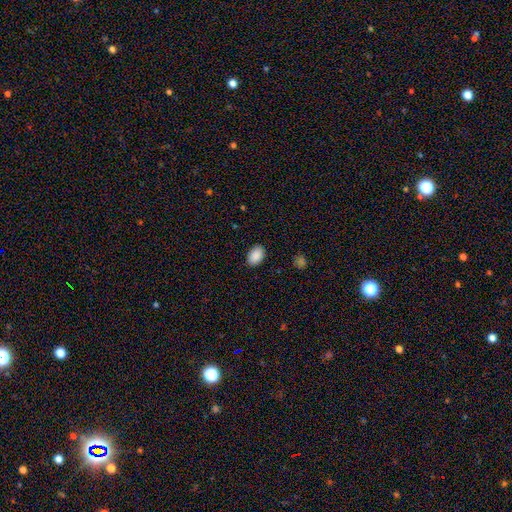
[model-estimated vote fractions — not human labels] Smooth or featured? smooth (90%)
How rounded? in between (88%)
Merging? none (88%)